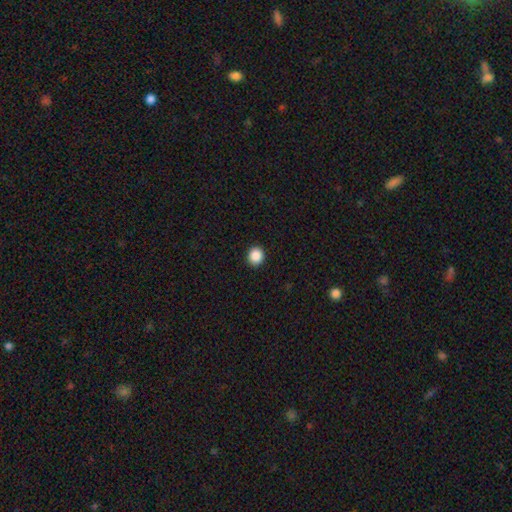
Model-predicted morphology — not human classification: Smooth or featured: smooth — 88% (star or artifact — 9%)
How rounded: round — 87% (in between — 12%)
Merging: none — 93% (minor disturbance — 5%)